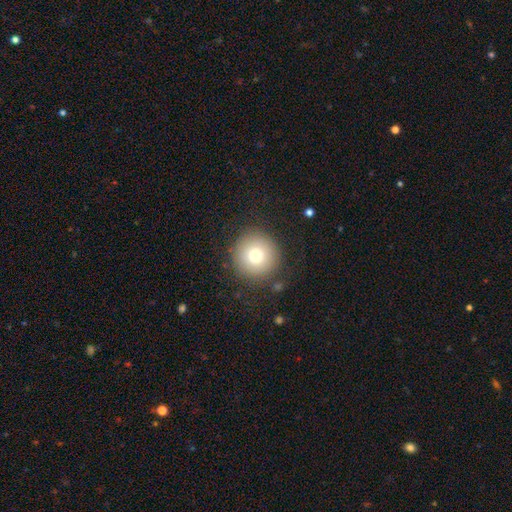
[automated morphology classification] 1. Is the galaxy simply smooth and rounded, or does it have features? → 77% smooth, 12% featured or disk, 11% star or artifact.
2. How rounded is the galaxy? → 95% round, 4% in between, 1% cigar-shaped.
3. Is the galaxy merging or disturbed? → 87% none, 8% minor disturbance, 3% major disturbance, 2% merger.